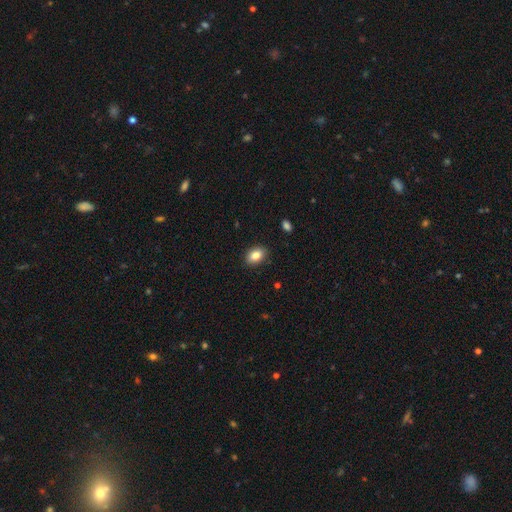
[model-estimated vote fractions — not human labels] Smooth or featured? Predicted: smooth (p=0.84). How rounded? Predicted: in between (p=0.83). Merging? Predicted: none (p=0.89).